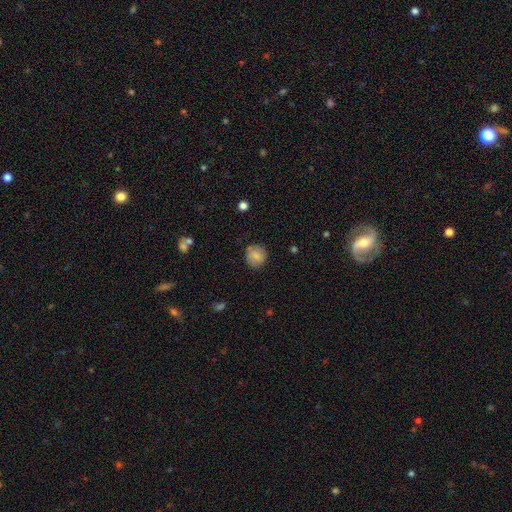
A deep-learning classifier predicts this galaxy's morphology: A smooth galaxy with no disk features (80%) that is round (86%). Merging: none (81%).